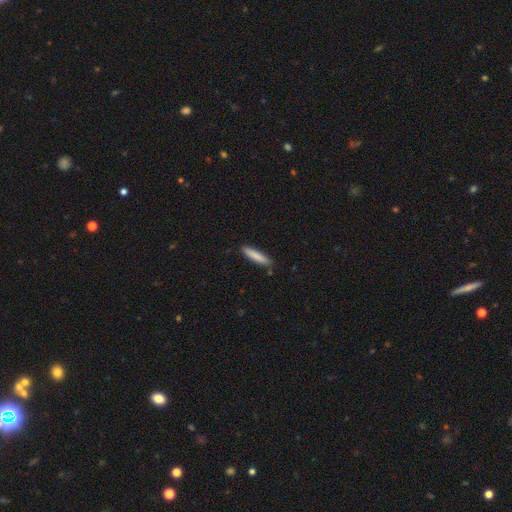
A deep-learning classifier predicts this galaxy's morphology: smooth-or-featured: smooth: 85% | featured or disk: 10% | star or artifact: 6%
  how-rounded: cigar-shaped: 84% | in between: 15% | round: 1%
  merging: none: 87% | minor disturbance: 10% | merger: 2% | major disturbance: 2%